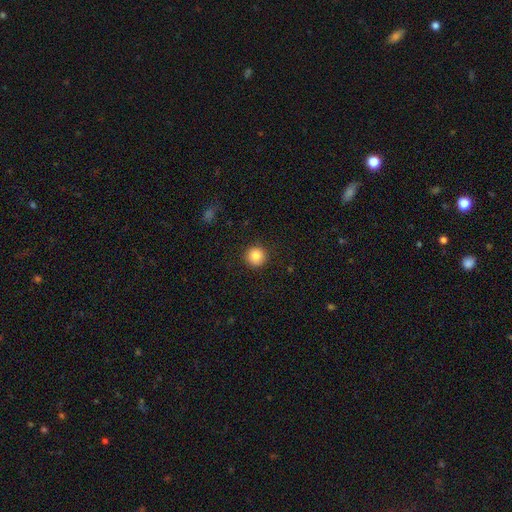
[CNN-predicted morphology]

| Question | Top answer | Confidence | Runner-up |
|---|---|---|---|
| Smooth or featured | smooth | 86% | star or artifact (10%) |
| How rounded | round | 95% | in between (4%) |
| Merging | none | 90% | minor disturbance (6%) |